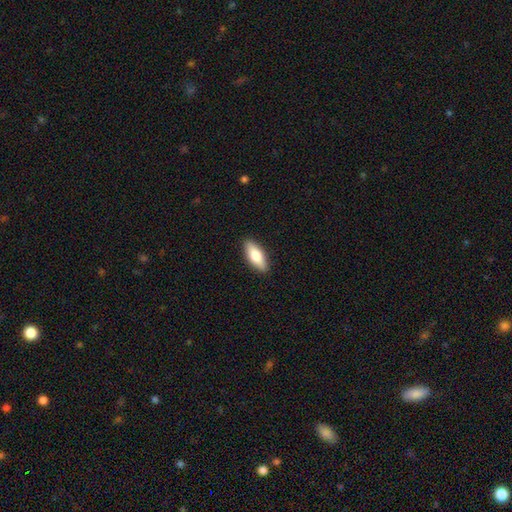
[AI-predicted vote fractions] Q: Smooth or featured?
A: smooth (74%); runner-up: featured or disk (20%)
Q: How rounded?
A: in between (72%); runner-up: cigar-shaped (25%)
Q: Merging?
A: none (90%); runner-up: minor disturbance (8%)